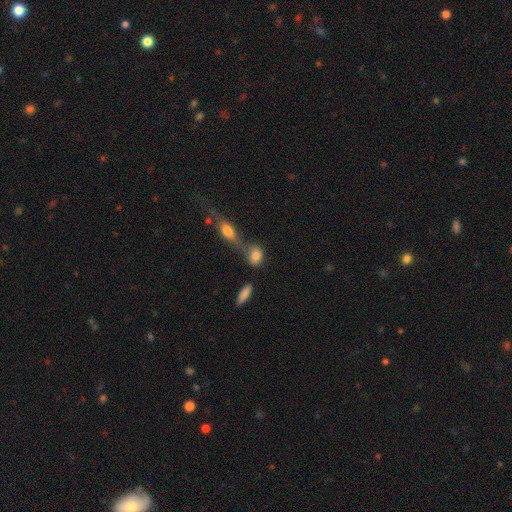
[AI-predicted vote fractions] A smooth galaxy with no disk features (80%) that is in between round and cigar-shaped (66%).

Vote fractions:
- Smooth or featured? smooth: 80% / featured or disk: 12% / star or artifact: 8%
- How rounded? in between: 66% / round: 27% / cigar-shaped: 7%
- Merging? none: 41% / merger: 39% / minor disturbance: 13% / major disturbance: 7%